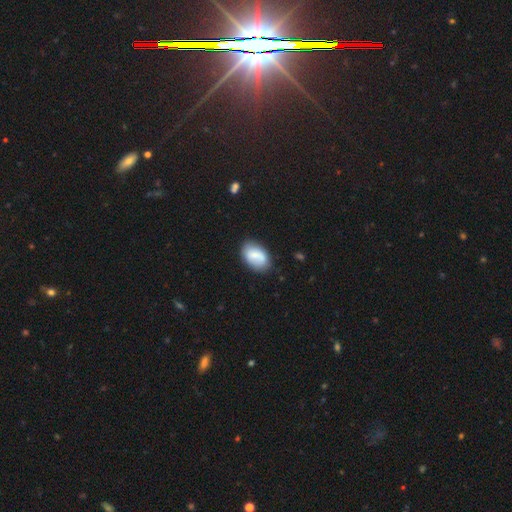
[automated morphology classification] Q: Smooth or featured?
A: smooth (74%); runner-up: featured or disk (19%)
Q: How rounded?
A: in between (89%); runner-up: round (10%)
Q: Merging?
A: none (76%); runner-up: minor disturbance (17%)